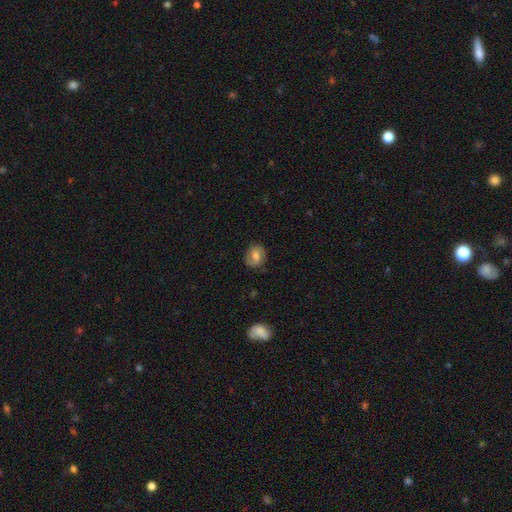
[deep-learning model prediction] smooth_or_featured: featured or disk (p=0.55) [alt: smooth p=0.37]
disk_edge_on: no (p=0.97) [alt: yes p=0.03]
bar: weak (p=0.47) [alt: no p=0.38]
has_spiral_arms: yes (p=0.88) [alt: no p=0.12]
bulge_size: moderate (p=0.60) [alt: small p=0.24]
merging: none (p=0.78) [alt: minor disturbance p=0.16]